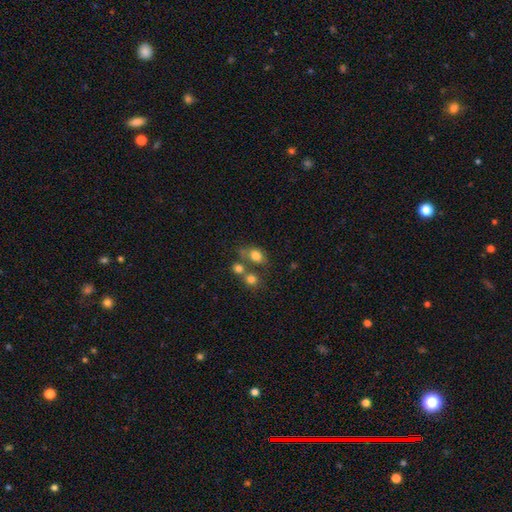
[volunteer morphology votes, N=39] Volunteers were most divided on "merging": none: 57%, merger: 24%, minor disturbance: 16%, major disturbance: 3%. More confident: smooth or featured — smooth (79%); how rounded — in between (68%).